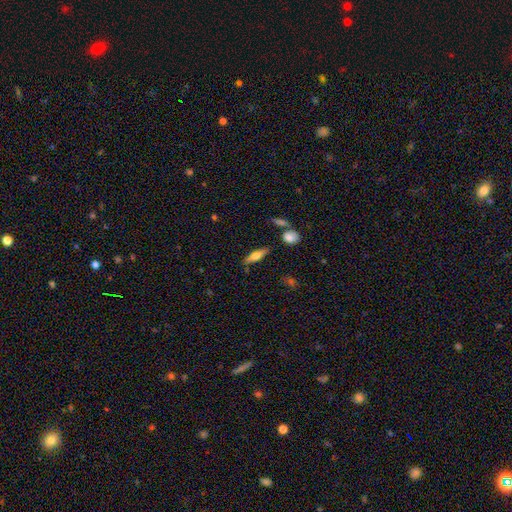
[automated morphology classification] The model was most divided on "smooth or featured": featured or disk: 53%, smooth: 40%, star or artifact: 7%. More confident: edge-on disk — yes (93%); merging — none (83%).